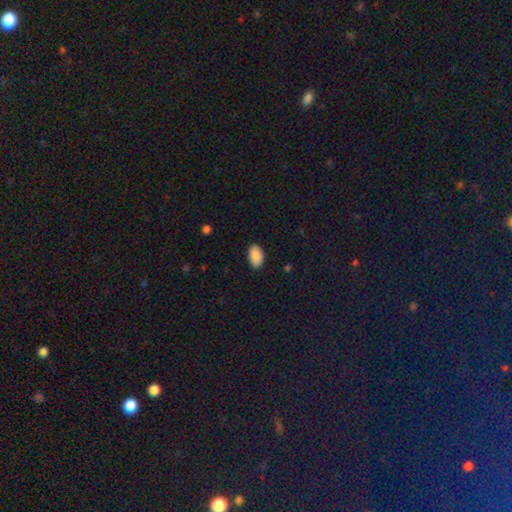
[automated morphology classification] Q: Smooth or featured?
A: smooth (90%); runner-up: star or artifact (7%)
Q: How rounded?
A: in between (94%); runner-up: round (5%)
Q: Merging?
A: none (87%); runner-up: minor disturbance (10%)